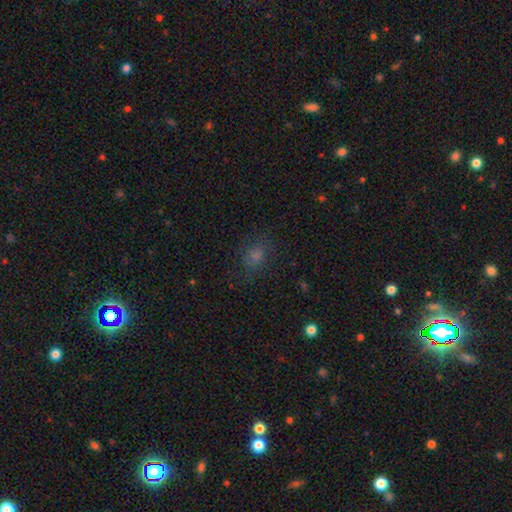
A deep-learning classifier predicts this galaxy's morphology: smooth-or-featured: smooth: 65% | star or artifact: 24% | featured or disk: 11%
  how-rounded: round: 53% | in between: 46% | cigar-shaped: 2%
  merging: none: 77% | minor disturbance: 15% | major disturbance: 7% | merger: 1%